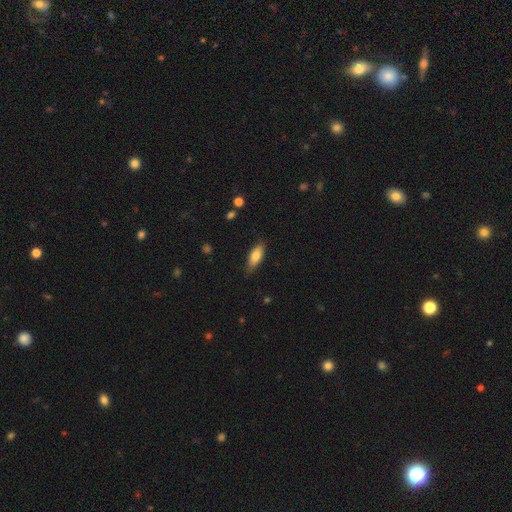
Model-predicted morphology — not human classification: Smooth or featured? Predicted: smooth (p=0.75). How rounded? Predicted: in between (p=0.73). Merging? Predicted: none (p=0.78).